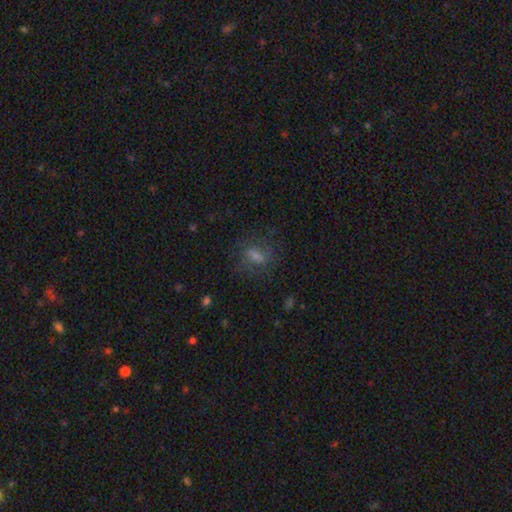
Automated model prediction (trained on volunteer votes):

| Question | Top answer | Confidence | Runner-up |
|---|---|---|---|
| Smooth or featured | smooth | 52% | featured or disk (30%) |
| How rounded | in between | 61% | round (22%) |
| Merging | none | 72% | minor disturbance (16%) |